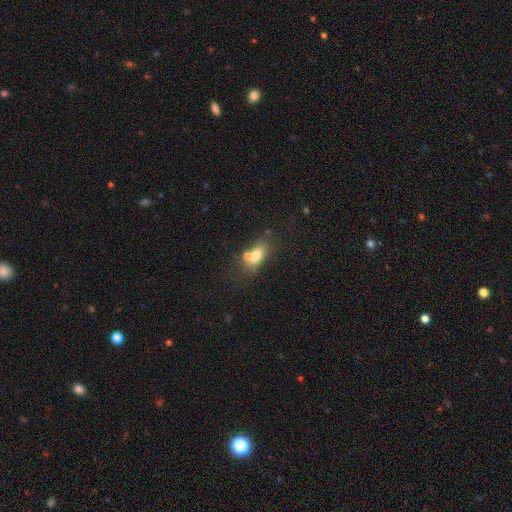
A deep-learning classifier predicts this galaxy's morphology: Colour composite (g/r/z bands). It shows a smooth galaxy with no disk features (71%) that is in between round and cigar-shaped (80%). Merging: none (45%).